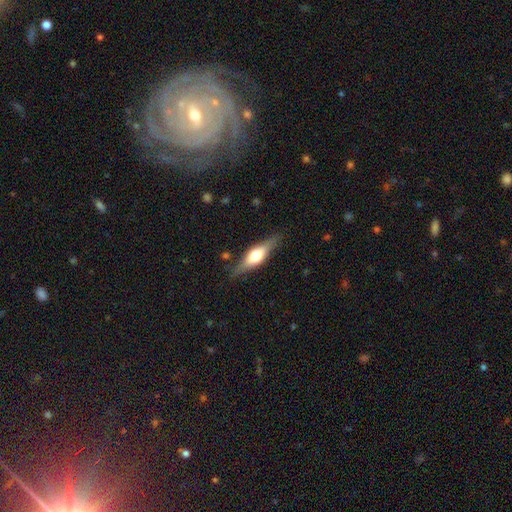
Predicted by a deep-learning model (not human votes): Smooth or featured? Predicted: featured or disk (p=0.57). Edge-on disk? Predicted: yes (p=0.92). Edge-on bulge? Predicted: rounded (p=0.89). Merging? Predicted: none (p=0.83).